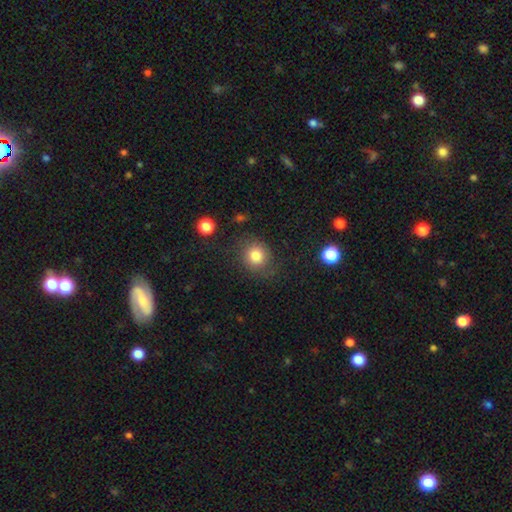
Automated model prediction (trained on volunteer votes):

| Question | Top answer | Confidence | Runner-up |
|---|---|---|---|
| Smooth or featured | smooth | 80% | star or artifact (11%) |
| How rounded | round | 84% | in between (15%) |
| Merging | none | 75% | minor disturbance (15%) |